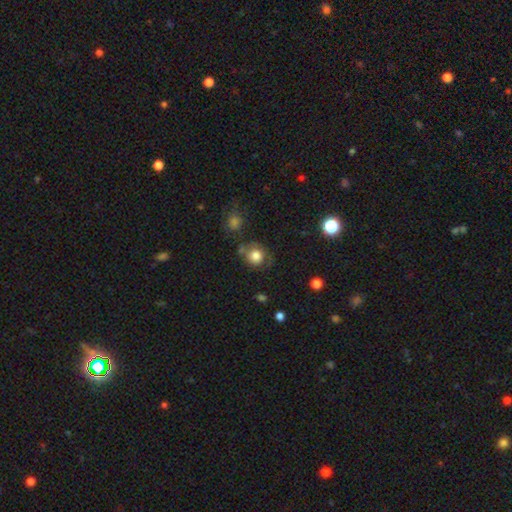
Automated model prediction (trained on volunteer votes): Morphology: type=smooth (79%); roundness=round (85%); merging=none (65%).